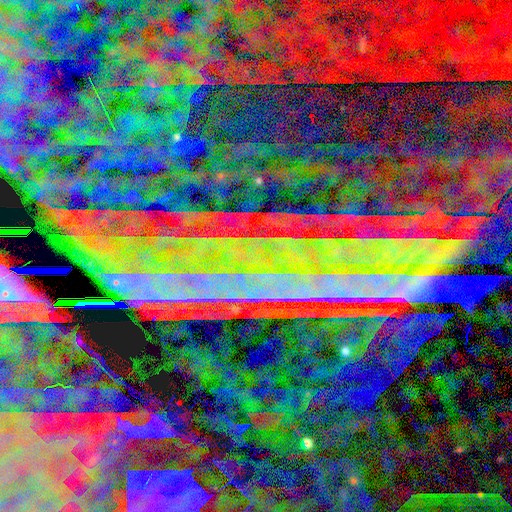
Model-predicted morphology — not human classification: Smooth or featured? Predicted: star or artifact (p=0.89).